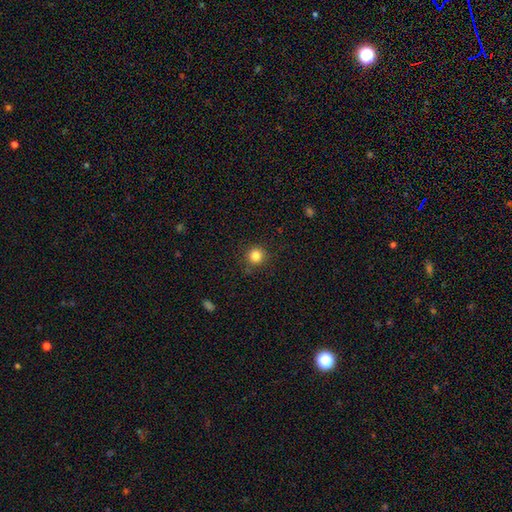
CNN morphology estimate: Q: Smooth or featured?
A: smooth (84%); runner-up: star or artifact (11%)
Q: How rounded?
A: round (94%); runner-up: in between (5%)
Q: Merging?
A: none (87%); runner-up: minor disturbance (8%)